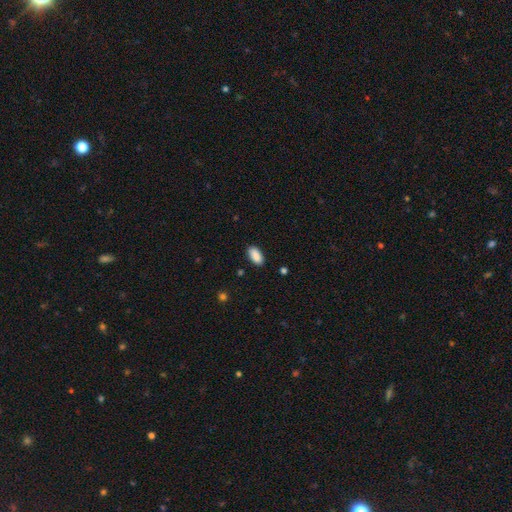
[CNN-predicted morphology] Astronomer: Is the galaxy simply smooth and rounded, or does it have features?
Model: smooth — 90%.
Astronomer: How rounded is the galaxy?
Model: in between — 94%.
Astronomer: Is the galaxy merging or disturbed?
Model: none — 87%.